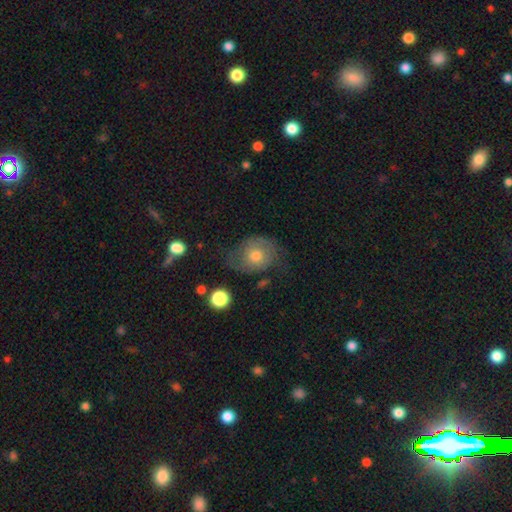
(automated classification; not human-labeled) Overall: featured or disk (53%; smooth 38%). Edge-on disk: no (96%). Bar: no (81%). Spiral arms: yes (81%). Bulge size: moderate (66%). Merging: none (55%; minor disturbance 26%).